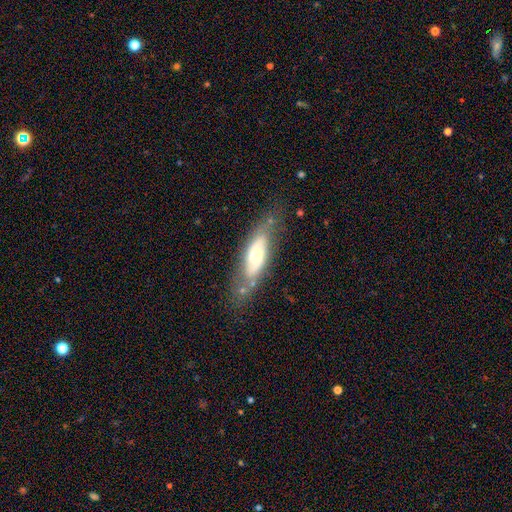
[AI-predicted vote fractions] Smooth or featured? featured or disk (53%)
Edge-on disk? no (72%)
Merging? none (63%)